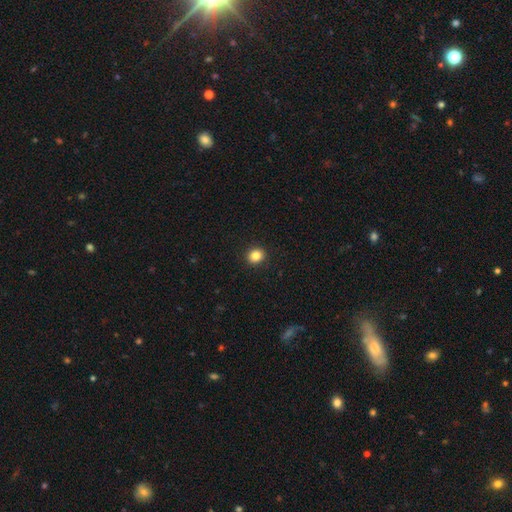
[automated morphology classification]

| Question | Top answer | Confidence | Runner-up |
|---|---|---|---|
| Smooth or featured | smooth | 84% | star or artifact (11%) |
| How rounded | round | 80% | in between (19%) |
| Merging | none | 92% | minor disturbance (5%) |